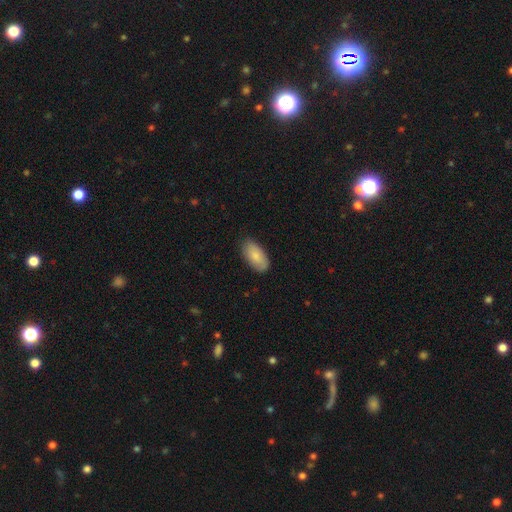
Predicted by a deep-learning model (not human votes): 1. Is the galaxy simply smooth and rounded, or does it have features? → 81% smooth, 13% featured or disk, 6% star or artifact.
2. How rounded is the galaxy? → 94% in between, 4% cigar-shaped, 3% round.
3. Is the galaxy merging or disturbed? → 80% none, 16% minor disturbance, 3% major disturbance, 1% merger.